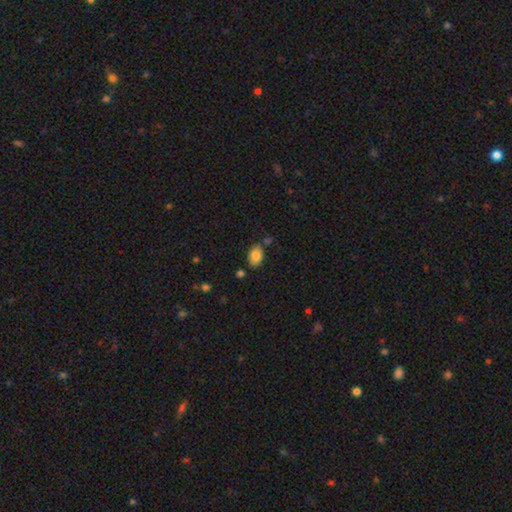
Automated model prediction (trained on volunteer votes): smooth 83%, featured or disk 9%, star or artifact 8%. Down the decision tree: how rounded — in between (86%); merging — none (72%).